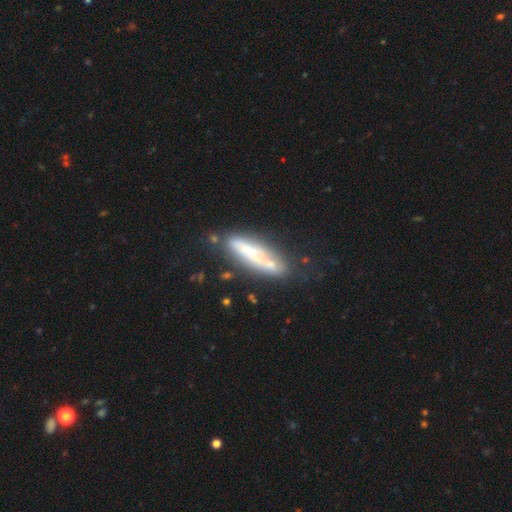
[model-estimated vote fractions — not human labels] smooth 46%, featured or disk 45%, star or artifact 9%. Down the decision tree: merging — none (62%).